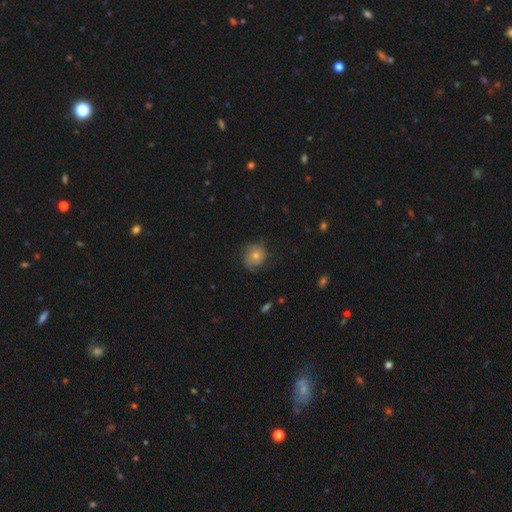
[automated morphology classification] A smooth galaxy with no disk features (49%). Merging: none (67%).